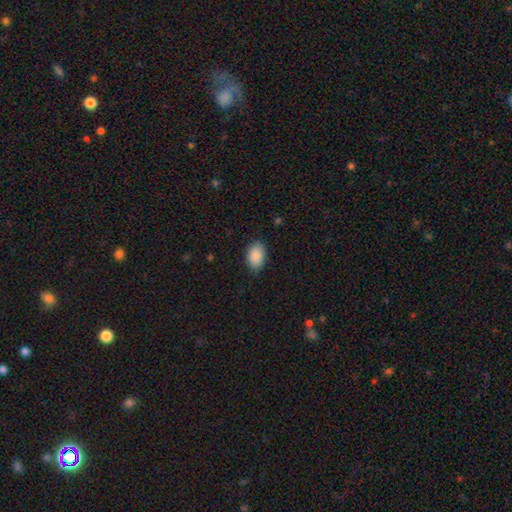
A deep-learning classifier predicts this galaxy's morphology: This appears to be a smooth galaxy with no disk features (90%) that is in between round and cigar-shaped (90%). Merging: none (84%).